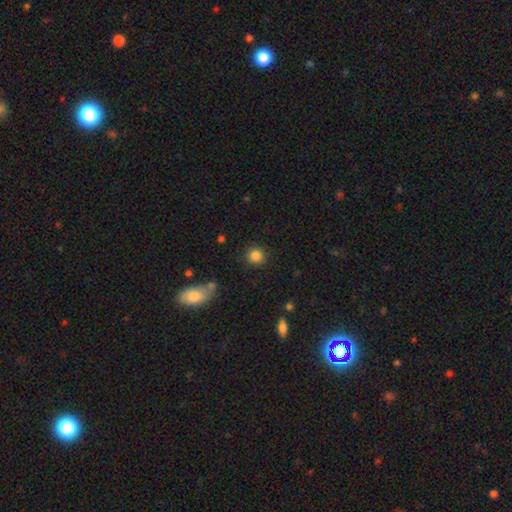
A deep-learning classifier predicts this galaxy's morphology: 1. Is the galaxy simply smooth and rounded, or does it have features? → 85% smooth, 11% star or artifact, 4% featured or disk.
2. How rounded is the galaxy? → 91% round, 8% in between, 1% cigar-shaped.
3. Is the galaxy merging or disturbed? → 88% none, 7% minor disturbance, 3% major disturbance, 2% merger.